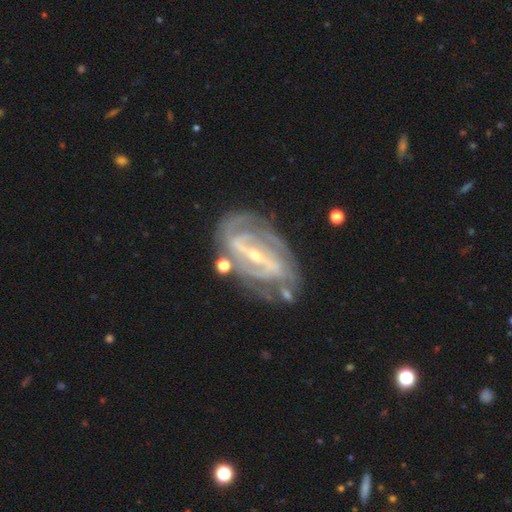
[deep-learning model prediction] Q: Smooth or featured?
A: featured or disk (90%); runner-up: star or artifact (5%)
Q: Edge-on disk?
A: no (95%); runner-up: yes (5%)
Q: Bar?
A: strong (70%); runner-up: weak (21%)
Q: Spiral arms?
A: yes (94%); runner-up: no (6%)
Q: Spiral winding?
A: tight (54%); runner-up: medium (36%)
Q: Spiral arm count?
A: 2 (56%); runner-up: can't tell (17%)
Q: Bulge size?
A: small (73%); runner-up: moderate (23%)
Q: Merging?
A: none (67%); runner-up: minor disturbance (20%)